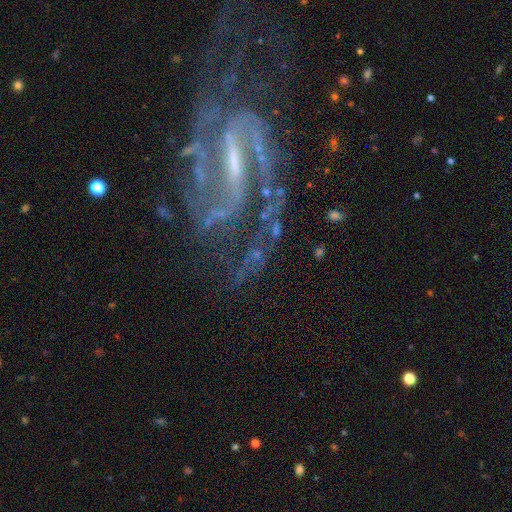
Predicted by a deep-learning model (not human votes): smooth-or-featured: featured or disk: 72% | star or artifact: 18% | smooth: 11%
  disk-edge-on: no: 93% | yes: 7%
    bar: strong: 41% | weak: 32% | no: 28%
    has-spiral-arms: yes: 77% | no: 23%
      spiral-winding: medium: 42% | loose: 33% | tight: 25%
      spiral-arm-count: 2: 53% | can't tell: 20% | 1: 8% | 3: 8% | 4: 5% | more than 4: 5%
    bulge-size: small: 42% | none: 27% | moderate: 25% | large: 4% | dominant: 2%
  merging: none: 49% | major disturbance: 28% | minor disturbance: 16% | merger: 7%